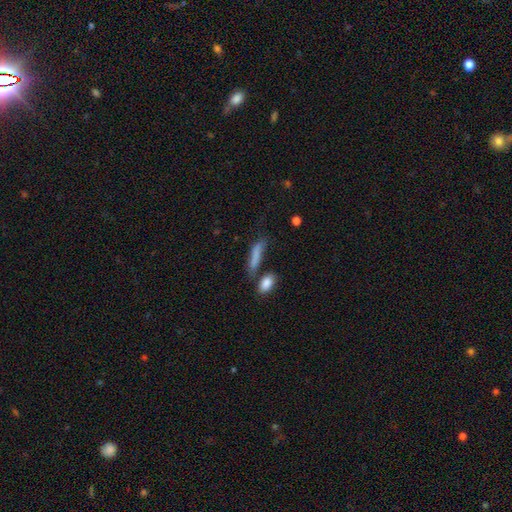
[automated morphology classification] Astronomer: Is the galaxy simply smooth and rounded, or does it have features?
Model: smooth — 77%.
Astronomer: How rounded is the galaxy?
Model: cigar-shaped — 71%.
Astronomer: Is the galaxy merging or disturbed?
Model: none — 54%.